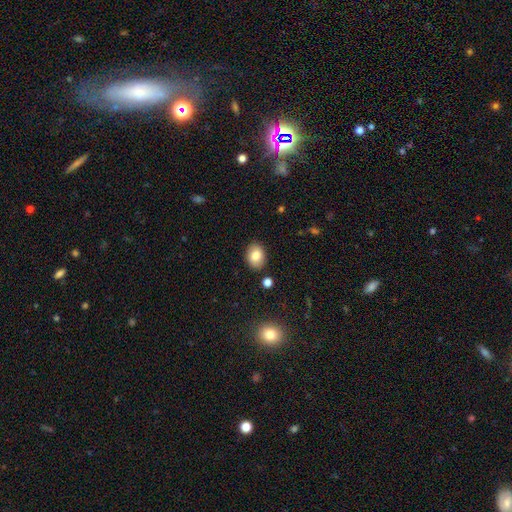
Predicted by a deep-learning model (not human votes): A smooth galaxy with no disk features (82%) that is in between round and cigar-shaped (67%). Merging: none (88%).